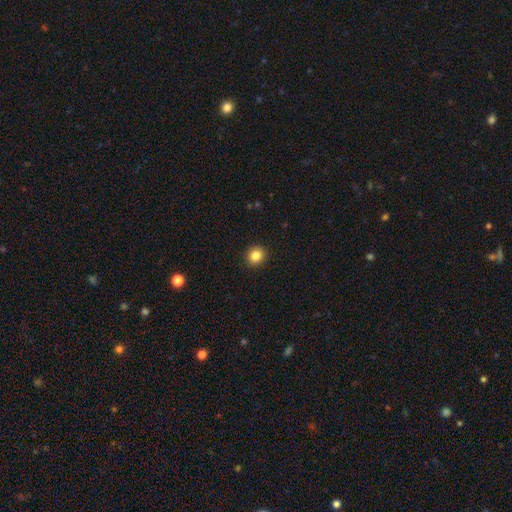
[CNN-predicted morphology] The model was most divided on "smooth or featured": smooth: 84%, star or artifact: 11%, featured or disk: 5%. More confident: merging — none (92%); how rounded — round (87%).